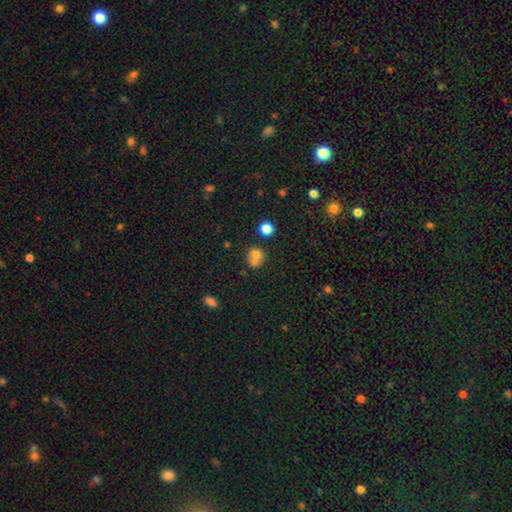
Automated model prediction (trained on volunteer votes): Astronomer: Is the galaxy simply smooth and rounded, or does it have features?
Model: smooth — 69%.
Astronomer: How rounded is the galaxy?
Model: round — 76%.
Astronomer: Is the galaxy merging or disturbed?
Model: merger — 55% (runner-up: none, 35%).